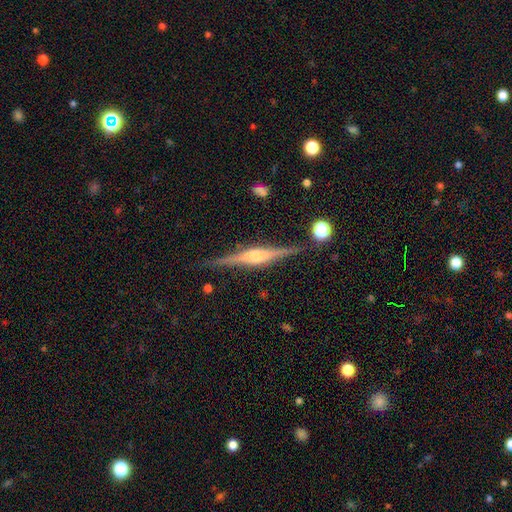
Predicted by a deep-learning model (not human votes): Smooth or featured?
  - featured or disk: 83% *
  - smooth: 11%
  - star or artifact: 6%
Edge-on disk?
  - yes: 98% *
  - no: 2%
Edge-on bulge?
  - rounded: 82% *
  - boxy: 14%
  - none: 4%
Merging?
  - none: 88% *
  - minor disturbance: 9%
  - major disturbance: 2%
  - merger: 2%